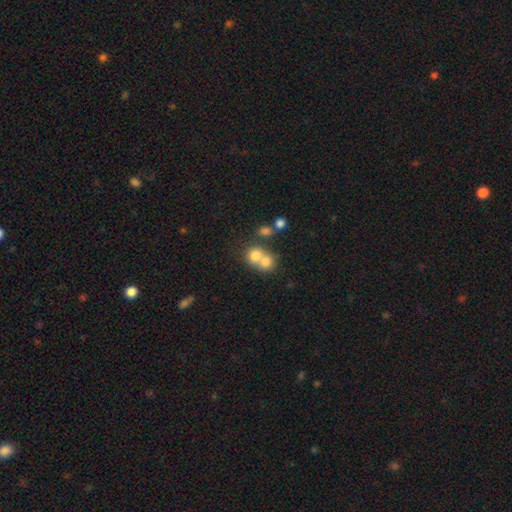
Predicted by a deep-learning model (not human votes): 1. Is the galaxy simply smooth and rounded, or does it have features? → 74% smooth, 15% featured or disk, 12% star or artifact.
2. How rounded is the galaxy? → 74% round, 25% in between, 1% cigar-shaped.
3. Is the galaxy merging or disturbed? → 60% merger, 31% none, 6% minor disturbance, 3% major disturbance.